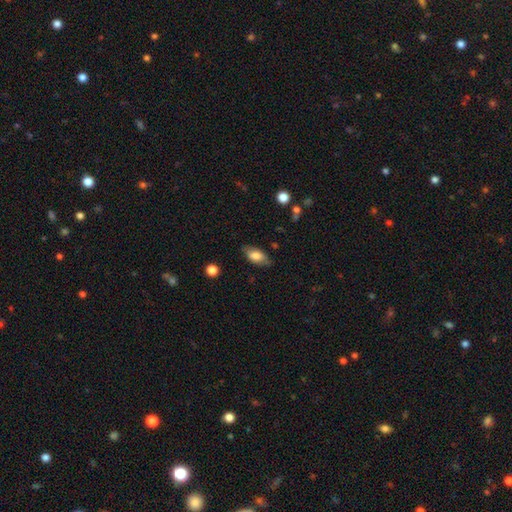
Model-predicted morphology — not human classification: A smooth galaxy with no disk features (76%) that is in between round and cigar-shaped (89%).

Vote fractions:
- Smooth or featured? smooth: 76% / featured or disk: 17% / star or artifact: 7%
- How rounded? in between: 89% / cigar-shaped: 6% / round: 5%
- Merging? none: 77% / minor disturbance: 18% / major disturbance: 4% / merger: 1%